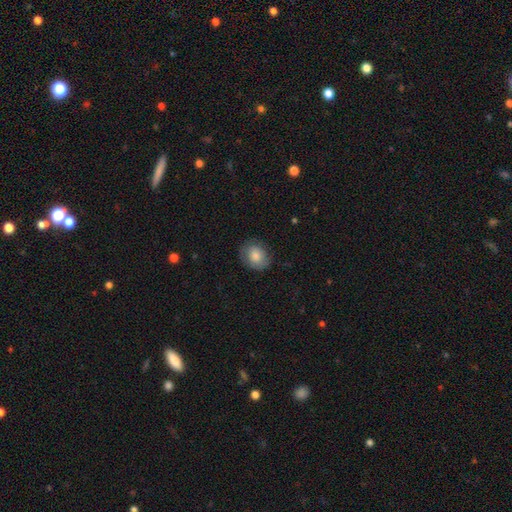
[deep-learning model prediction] smooth_or_featured: smooth (p=0.79) [alt: featured or disk p=0.14]
how_rounded: round (p=0.61) [alt: in between p=0.38]
merging: none (p=0.77) [alt: minor disturbance p=0.17]